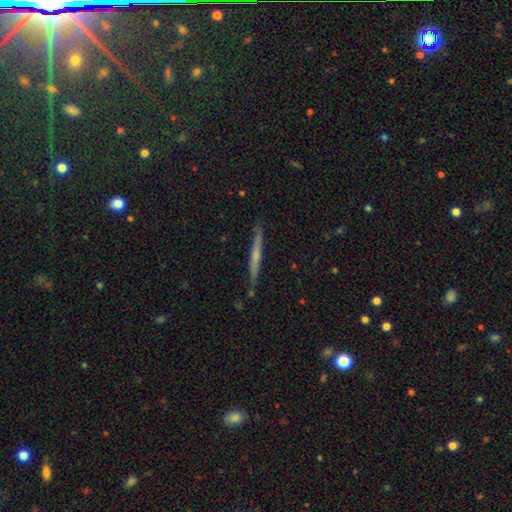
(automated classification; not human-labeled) This is possibly a featured or disk galaxy (52%). It is clearly viewed edge-on (97%). Edge-on bulge: likely none (63%). Merging: clearly none (87%).